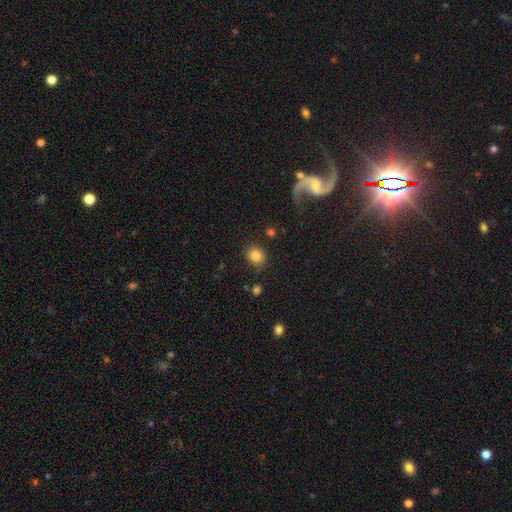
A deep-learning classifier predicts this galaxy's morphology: type=smooth (83%); roundness=round (83%); merging=none (86%).